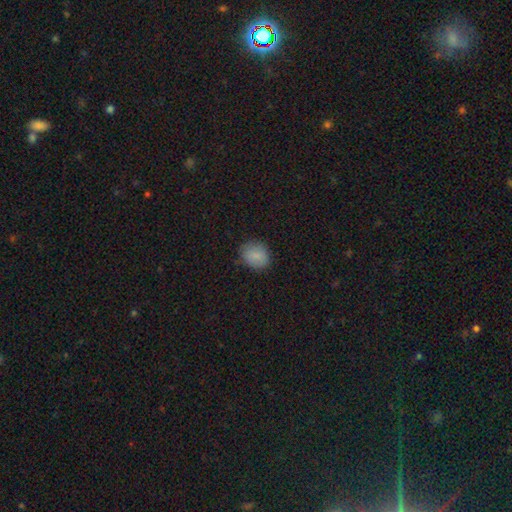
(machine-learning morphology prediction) smooth-or-featured: smooth: 86% | star or artifact: 9% | featured or disk: 5%
  how-rounded: round: 59% | in between: 40% | cigar-shaped: 1%
  merging: none: 81% | minor disturbance: 15% | major disturbance: 3% | merger: 1%